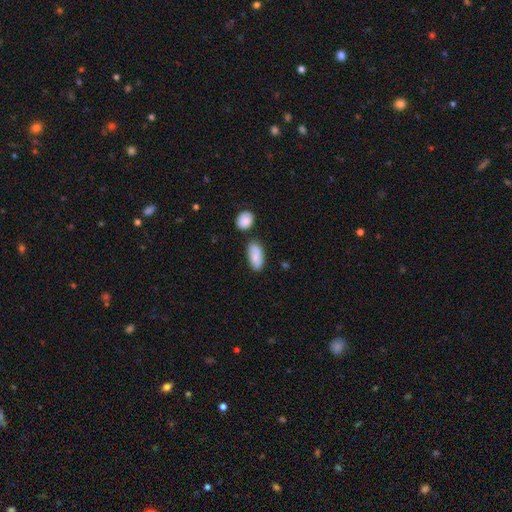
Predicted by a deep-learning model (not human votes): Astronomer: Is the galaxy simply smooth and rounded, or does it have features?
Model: smooth — 79%.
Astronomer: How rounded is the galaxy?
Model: in between — 90%.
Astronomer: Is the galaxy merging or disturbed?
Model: none — 71%.